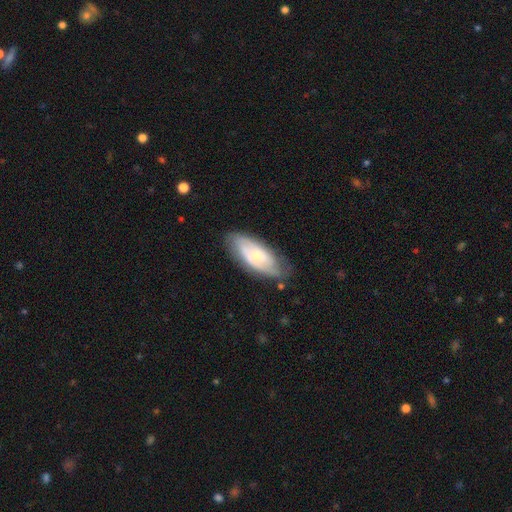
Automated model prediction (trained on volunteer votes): This is likely a featured or disk galaxy (65%). It is clearly not viewed edge-on (90%). Bar: likely no (62%). Spiral arm pattern: clearly yes (86%). Spiral arm count: possibly 2 (50%). Spiral winding: possibly tight (50%). Central bulge: likely small (61%). Merging: likely none (71%).